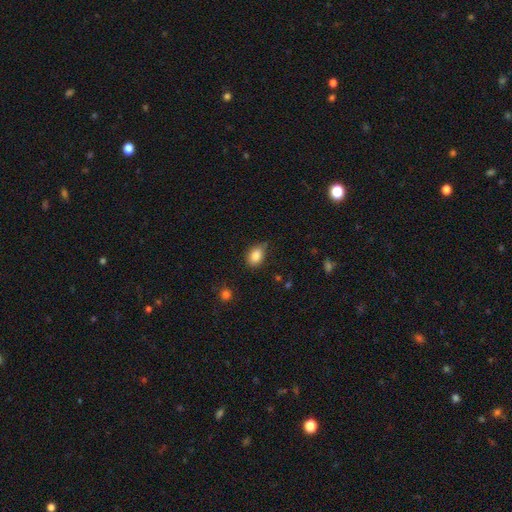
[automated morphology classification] Overall: smooth (85%). How rounded: in between (74%). Merging: none (72%).